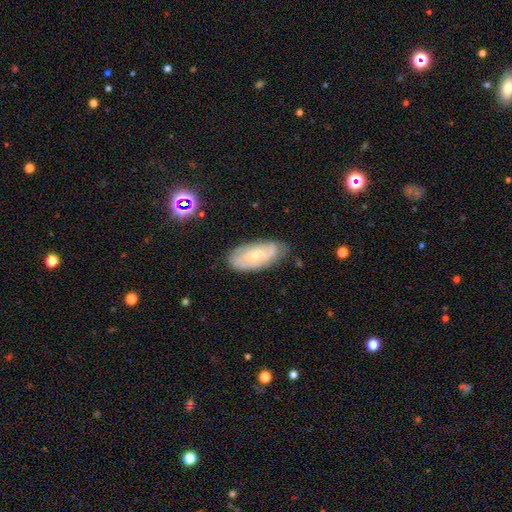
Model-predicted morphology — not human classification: This appears to be a featured or disk galaxy (62%) with no bar (73%), spiral arms (77%) and a small central bulge (67%). Merging: none (72%).